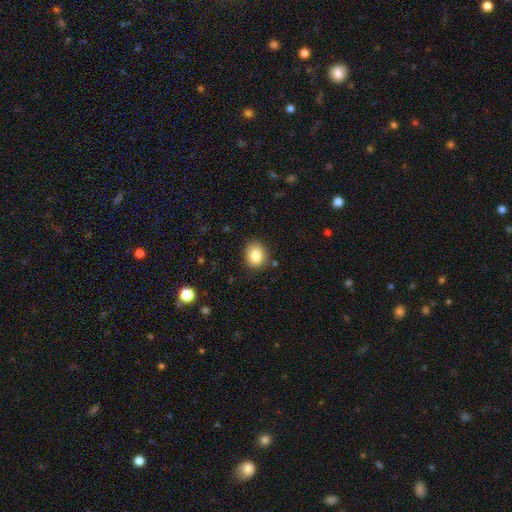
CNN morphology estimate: This is clearly a smooth galaxy (86%). How rounded: possibly round (52%). Merging: clearly none (83%).